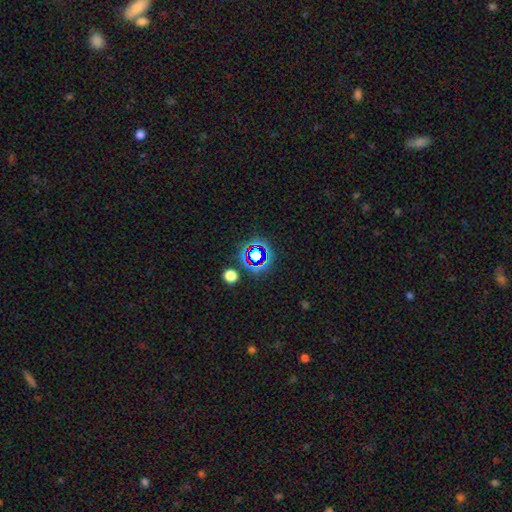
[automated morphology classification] smooth_or_featured: star or artifact (p=0.68) [alt: smooth p=0.21]